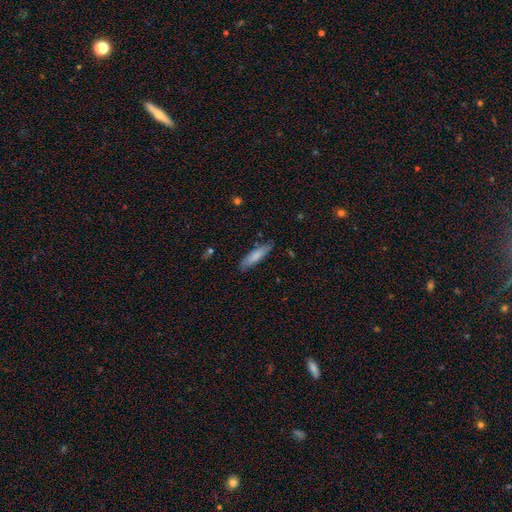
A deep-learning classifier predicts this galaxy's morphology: The model was most divided on "how rounded": cigar-shaped: 74%, in between: 24%, round: 1%. More confident: merging — none (84%); smooth or featured — smooth (78%).